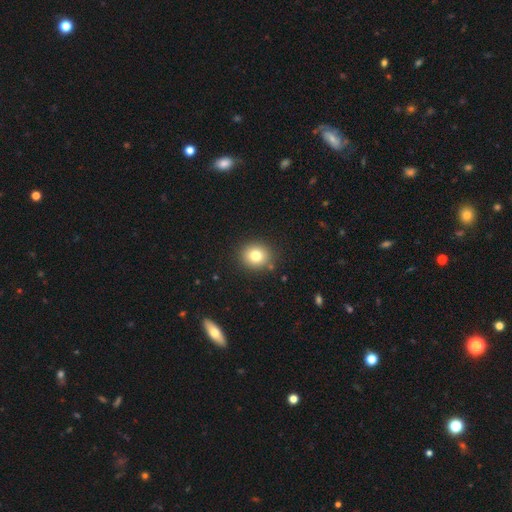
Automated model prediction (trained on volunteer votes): smooth 79%, star or artifact 12%, featured or disk 9%. Down the decision tree: how rounded — round (82%); merging — none (87%).